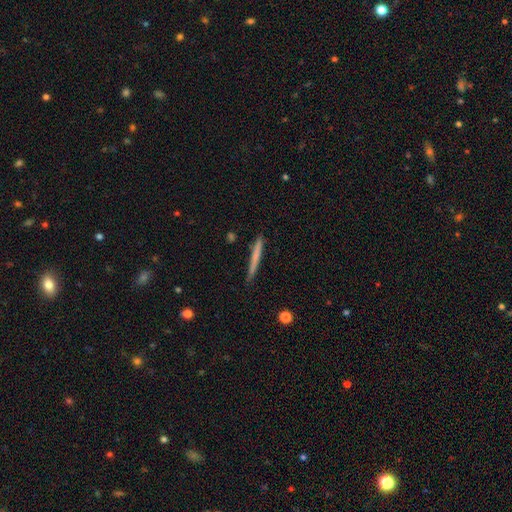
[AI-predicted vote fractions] Smooth or featured? Predicted: smooth (p=0.62). How rounded? Predicted: cigar-shaped (p=0.97). Merging? Predicted: none (p=0.87).